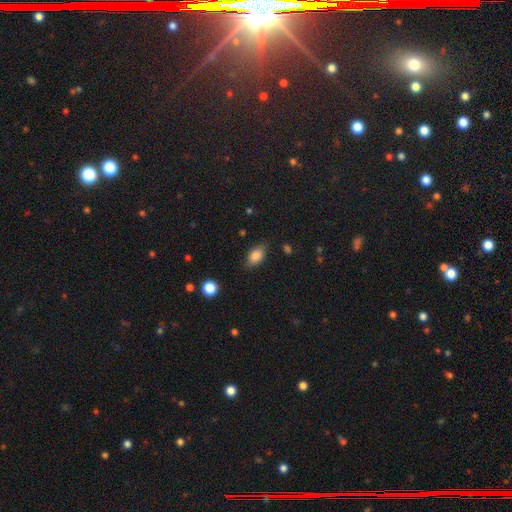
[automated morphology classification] This appears to be a smooth galaxy with no disk features (83%) that is in between round and cigar-shaped (85%). Merging: none (77%).